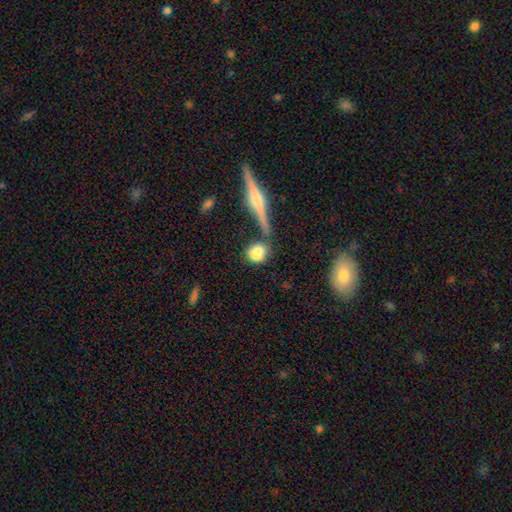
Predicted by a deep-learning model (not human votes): Morphology: type=smooth (73%); roundness=round (60%); merging=none (49%).